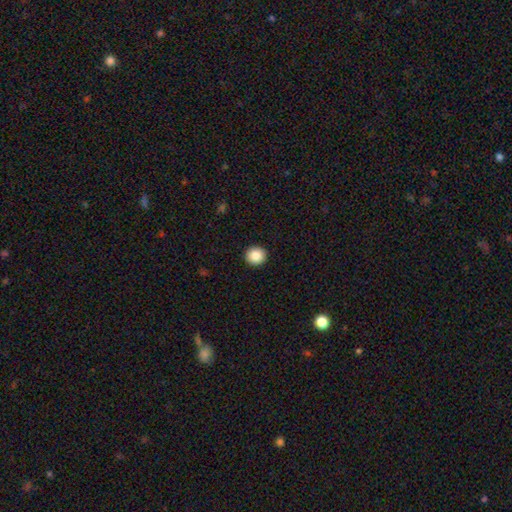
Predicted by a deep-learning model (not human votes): The model was most divided on "smooth or featured": smooth: 86%, star or artifact: 9%, featured or disk: 5%. More confident: merging — none (93%); how rounded — round (92%).